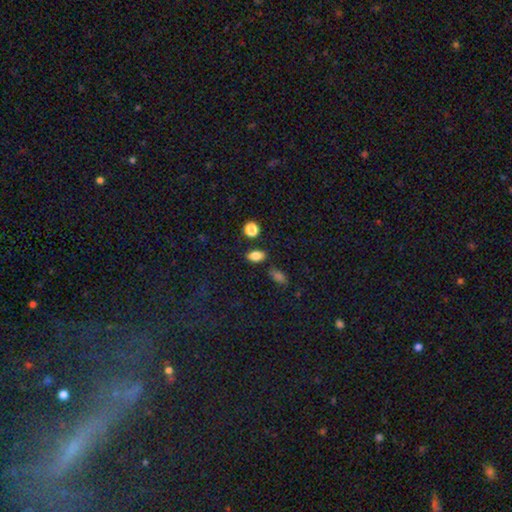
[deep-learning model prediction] smooth-or-featured: smooth: 83% | star or artifact: 10% | featured or disk: 7%
  how-rounded: in between: 84% | round: 13% | cigar-shaped: 3%
  merging: none: 82% | minor disturbance: 10% | merger: 5% | major disturbance: 3%